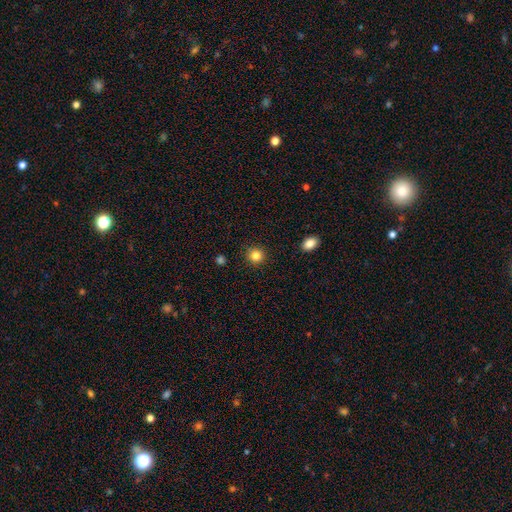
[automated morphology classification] The model was most divided on "smooth or featured": smooth: 84%, star or artifact: 11%, featured or disk: 4%. More confident: how rounded — round (92%); merging — none (91%).